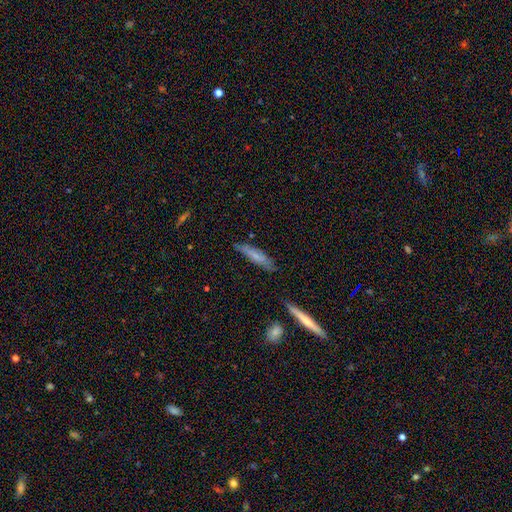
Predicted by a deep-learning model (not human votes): Smooth or featured? smooth (63%)
How rounded? cigar-shaped (77%)
Merging? none (71%)